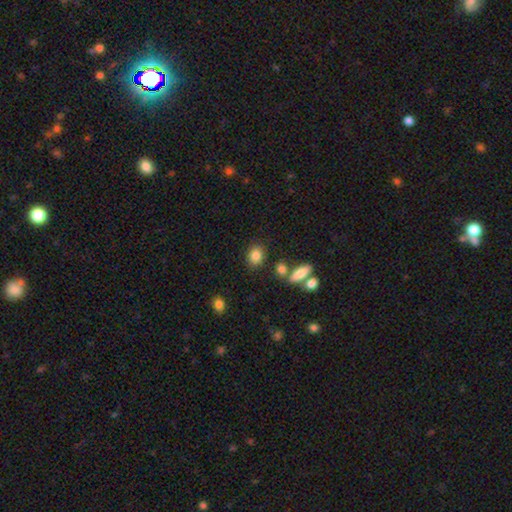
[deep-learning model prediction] This is clearly a smooth galaxy (85%). How rounded: possibly in between (53%). Merging: likely none (79%).